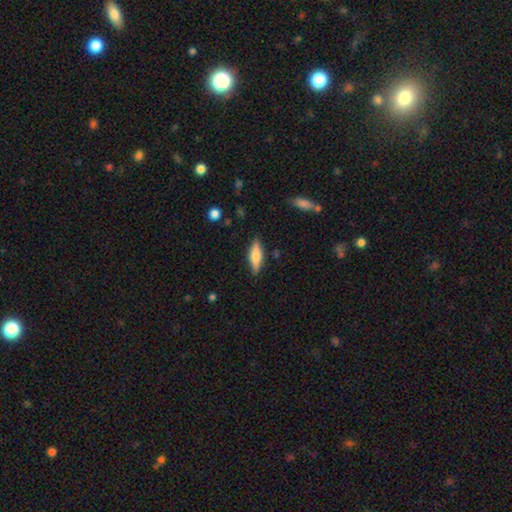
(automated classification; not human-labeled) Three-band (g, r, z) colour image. It shows a smooth galaxy with no disk features (60%) that is cigar-shaped (56%). Merging: none (85%).